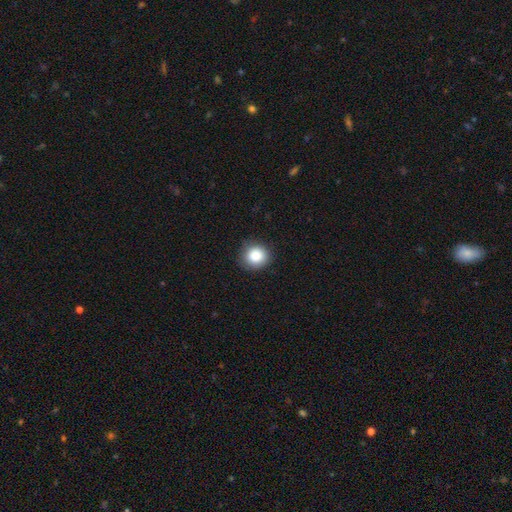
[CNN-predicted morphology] This is clearly a smooth galaxy (86%). How rounded: clearly round (87%). Merging: clearly none (85%).